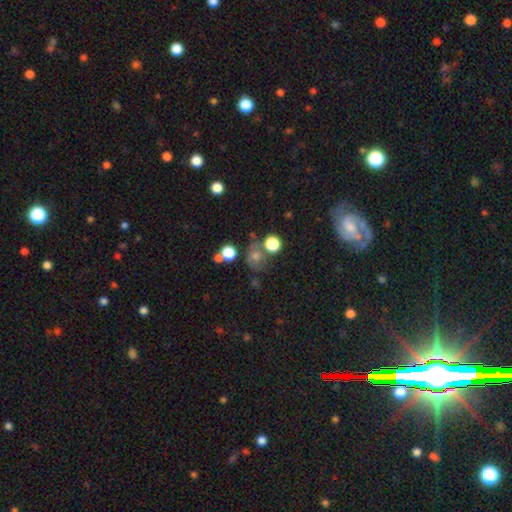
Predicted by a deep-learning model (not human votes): smooth 52%, star or artifact 29%, featured or disk 18%. Down the decision tree: how rounded — round (74%); merging — none (61%).